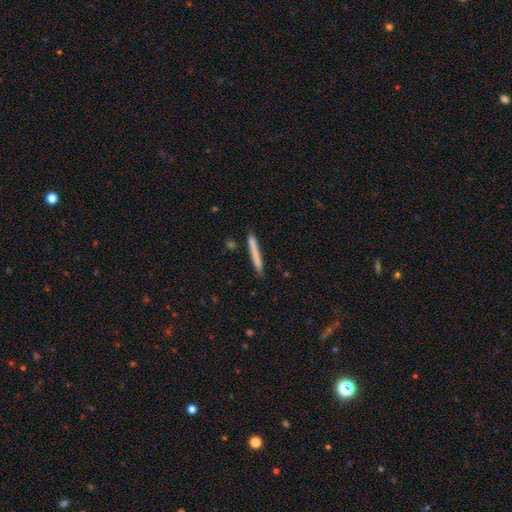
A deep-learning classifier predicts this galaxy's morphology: This appears to be a smooth galaxy with no disk features (73%) that is cigar-shaped (97%). Merging: none (84%).